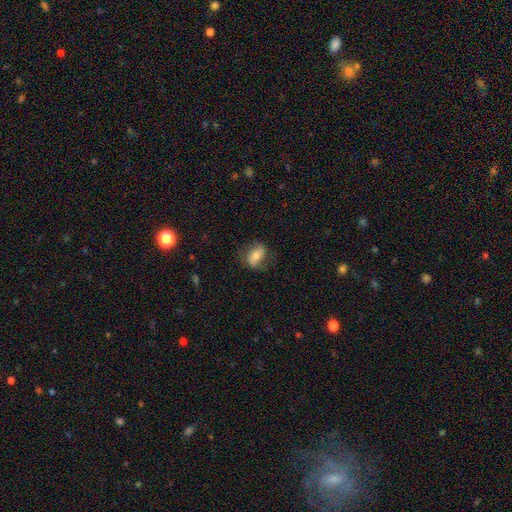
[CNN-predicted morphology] type=smooth (57%); roundness=in between (80%); merging=none (72%).